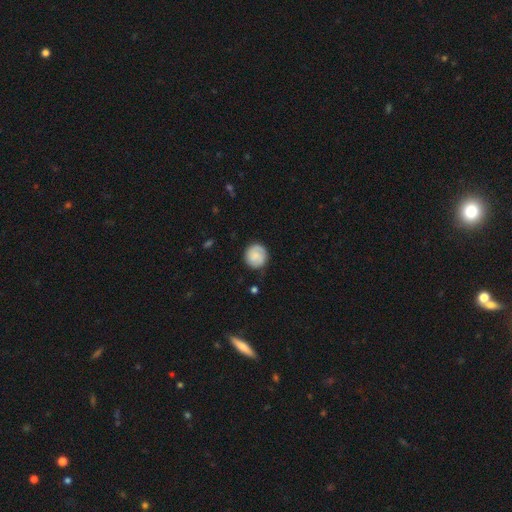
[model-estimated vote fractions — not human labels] smooth 67%, featured or disk 25%, star or artifact 7%. Down the decision tree: how rounded — round (91%); merging — none (82%).